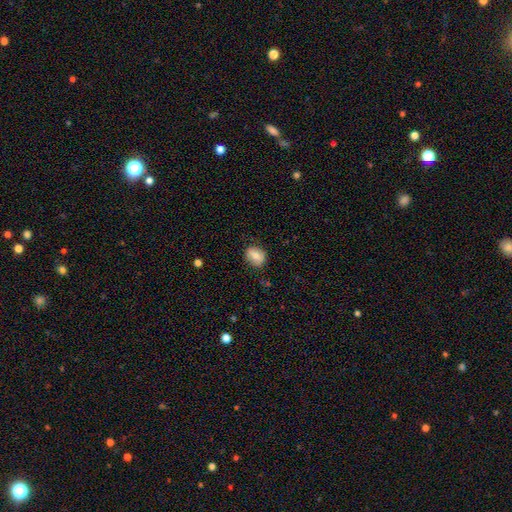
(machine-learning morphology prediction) Smooth or featured?
  - smooth: 73% *
  - featured or disk: 19%
  - star or artifact: 8%
How rounded?
  - round: 55% *
  - in between: 44%
  - cigar-shaped: 1%
Merging?
  - none: 77% *
  - minor disturbance: 18%
  - major disturbance: 4%
  - merger: 1%